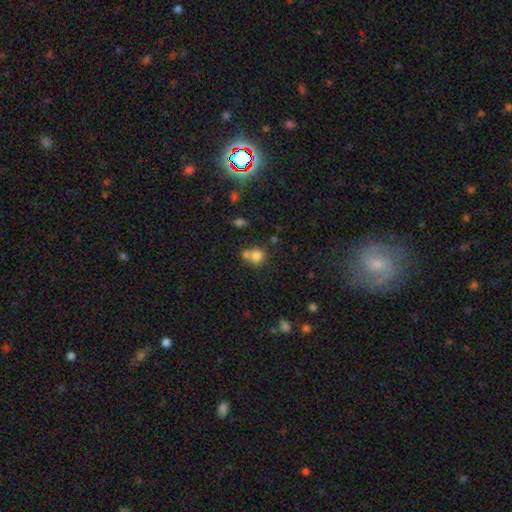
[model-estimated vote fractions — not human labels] Smooth or featured? smooth (78%)
How rounded? round (82%)
Merging? none (47%)